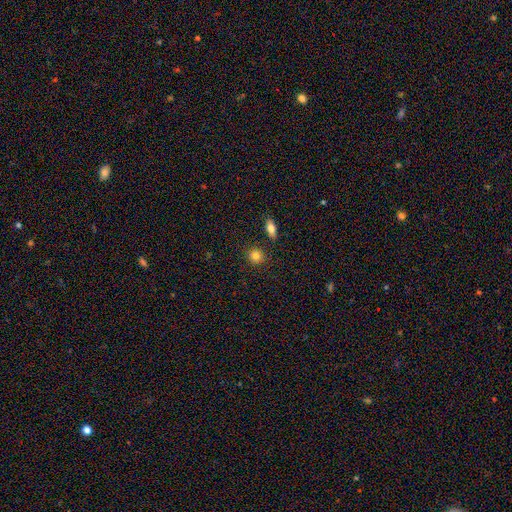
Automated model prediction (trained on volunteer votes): Q: Smooth or featured?
A: smooth (84%); runner-up: star or artifact (10%)
Q: How rounded?
A: round (82%); runner-up: in between (17%)
Q: Merging?
A: none (86%); runner-up: minor disturbance (8%)